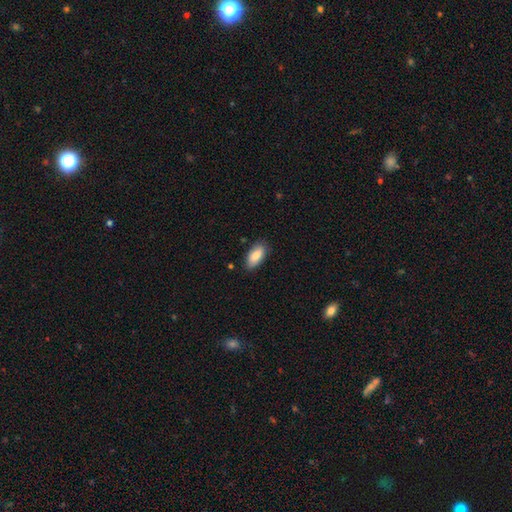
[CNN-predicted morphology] smooth-or-featured: smooth: 83% | featured or disk: 10% | star or artifact: 6%
  how-rounded: in between: 89% | cigar-shaped: 9% | round: 2%
  merging: none: 81% | minor disturbance: 15% | major disturbance: 2% | merger: 1%